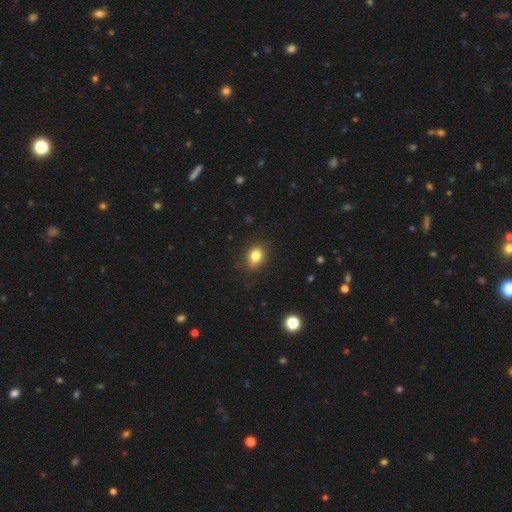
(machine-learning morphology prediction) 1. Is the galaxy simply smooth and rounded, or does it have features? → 81% smooth, 10% star or artifact, 9% featured or disk.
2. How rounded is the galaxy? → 61% in between, 38% round, 1% cigar-shaped.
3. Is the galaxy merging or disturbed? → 79% none, 16% minor disturbance, 4% major disturbance, 1% merger.